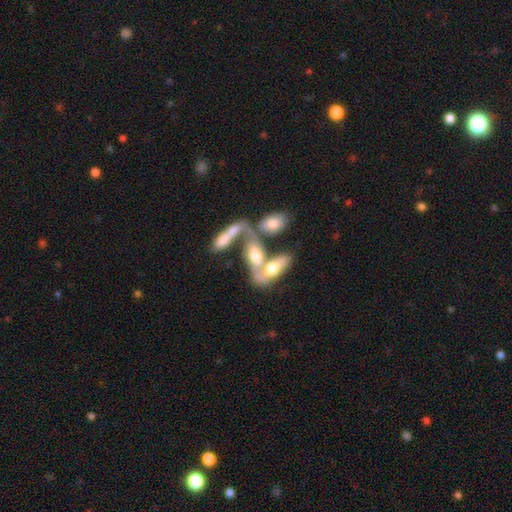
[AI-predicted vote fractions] smooth-or-featured: smooth: 49% | featured or disk: 42% | star or artifact: 8%
  merging: merger: 64% | none: 20% | minor disturbance: 9% | major disturbance: 8%